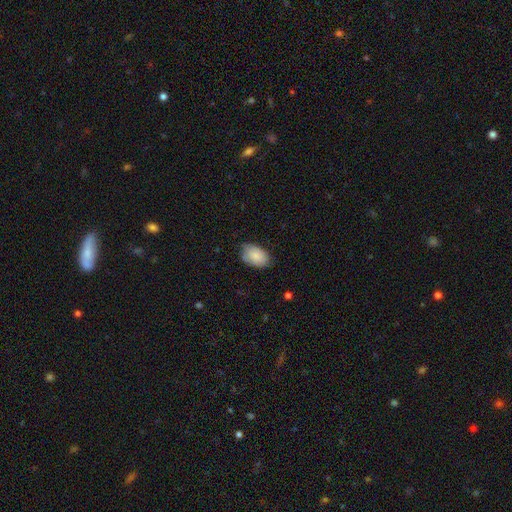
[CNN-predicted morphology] Q: Smooth or featured?
A: smooth (84%); runner-up: featured or disk (9%)
Q: How rounded?
A: in between (88%); runner-up: round (11%)
Q: Merging?
A: none (69%); runner-up: minor disturbance (26%)